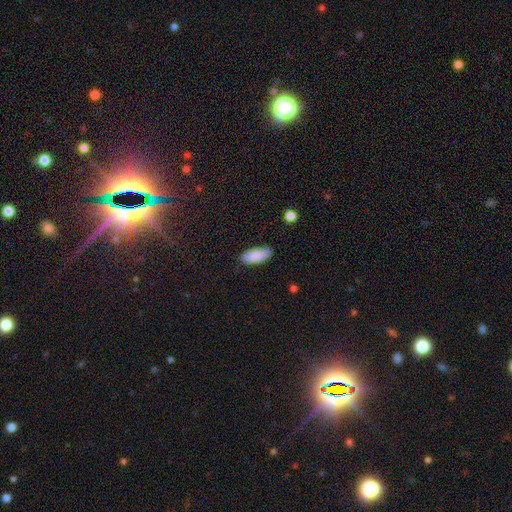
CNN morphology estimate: A smooth galaxy with no disk features (88%) that is in between round and cigar-shaped (84%).

Vote fractions:
- Smooth or featured? smooth: 88% / star or artifact: 6% / featured or disk: 6%
- How rounded? in between: 84% / cigar-shaped: 14% / round: 2%
- Merging? none: 85% / minor disturbance: 12% / major disturbance: 2% / merger: 1%